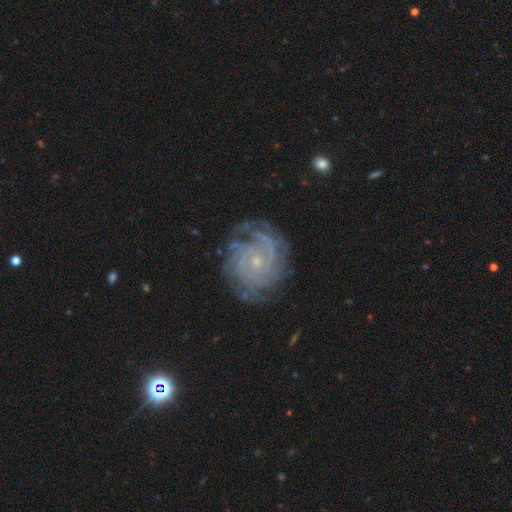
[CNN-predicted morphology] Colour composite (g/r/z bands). It shows a featured or disk galaxy (85%) with no bar (76%), tight (77%) spiral arms (97%) and a small central bulge (83%). Merging: none (78%).